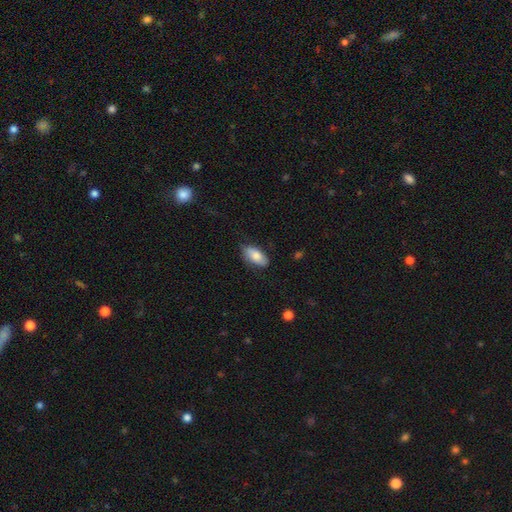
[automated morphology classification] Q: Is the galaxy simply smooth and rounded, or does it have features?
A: smooth — 75%.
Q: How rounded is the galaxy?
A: in between — 91%.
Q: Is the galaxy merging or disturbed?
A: none — 77%.